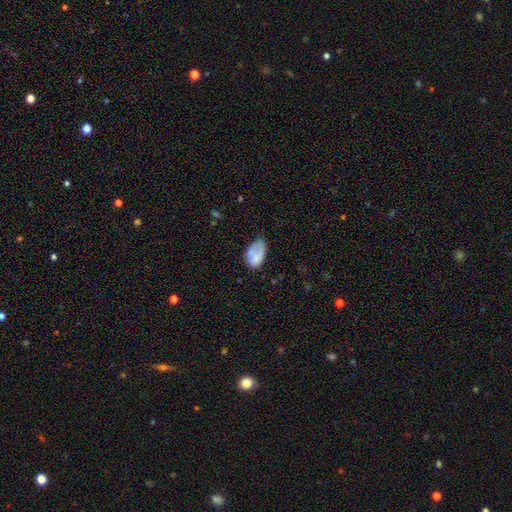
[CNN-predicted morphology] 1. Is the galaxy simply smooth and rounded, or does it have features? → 70% smooth, 22% featured or disk, 8% star or artifact.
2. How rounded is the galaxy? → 92% in between, 6% round, 2% cigar-shaped.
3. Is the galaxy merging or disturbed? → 40% none, 31% minor disturbance, 18% major disturbance, 10% merger.